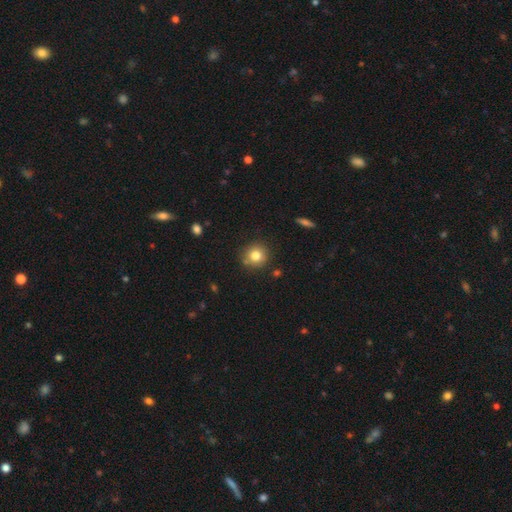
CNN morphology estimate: Overall: smooth (80%). How rounded: round (90%). Merging: none (84%).